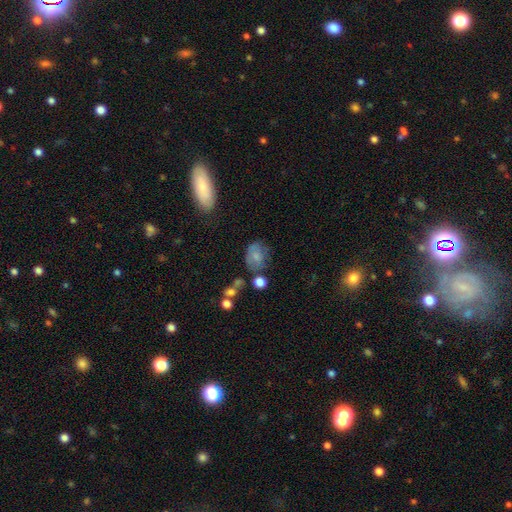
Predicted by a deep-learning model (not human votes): A smooth galaxy with no disk features (73%) that is in between round and cigar-shaped (68%).

Vote fractions:
- Smooth or featured? smooth: 73% / featured or disk: 17% / star or artifact: 10%
- How rounded? in between: 68% / round: 30% / cigar-shaped: 1%
- Merging? none: 50% / minor disturbance: 28% / major disturbance: 14% / merger: 8%